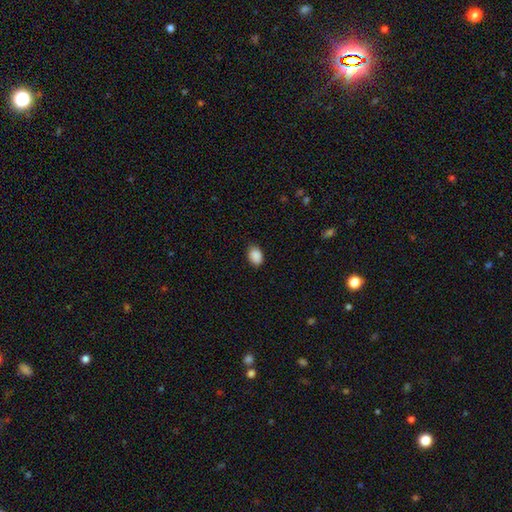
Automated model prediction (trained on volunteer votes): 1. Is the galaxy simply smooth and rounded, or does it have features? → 90% smooth, 8% star or artifact, 3% featured or disk.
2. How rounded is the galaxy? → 74% in between, 25% round, 1% cigar-shaped.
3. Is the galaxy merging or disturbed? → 82% none, 14% minor disturbance, 3% major disturbance, 1% merger.